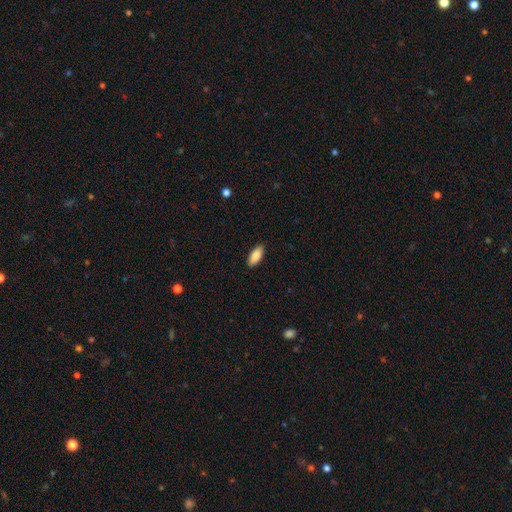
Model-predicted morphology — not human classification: This appears to be a smooth galaxy with no disk features (87%) that is in between round and cigar-shaped (85%). Merging: none (89%).